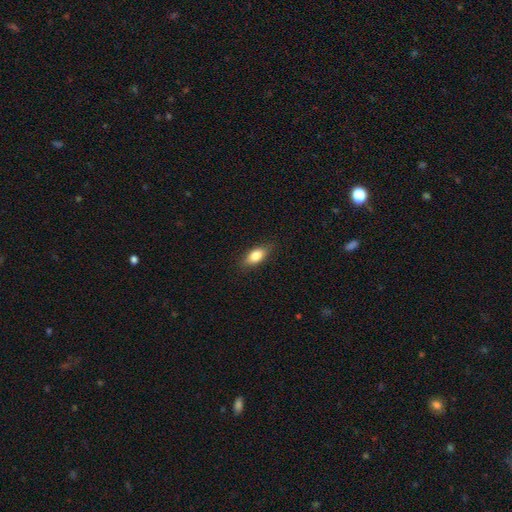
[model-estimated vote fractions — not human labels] smooth-or-featured: smooth: 78% | featured or disk: 14% | star or artifact: 7%
  how-rounded: in between: 83% | cigar-shaped: 11% | round: 6%
  merging: none: 83% | minor disturbance: 13% | major disturbance: 3% | merger: 1%